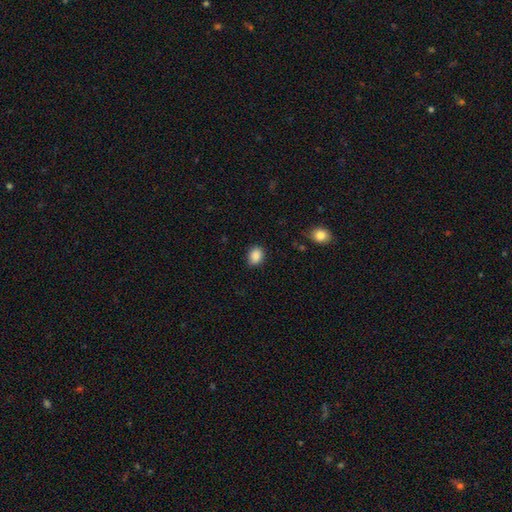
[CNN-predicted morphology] Smooth or featured?
  - smooth: 88% *
  - star or artifact: 8%
  - featured or disk: 3%
How rounded?
  - in between: 61% *
  - round: 38%
  - cigar-shaped: 1%
Merging?
  - none: 85% *
  - minor disturbance: 11%
  - major disturbance: 3%
  - merger: 1%